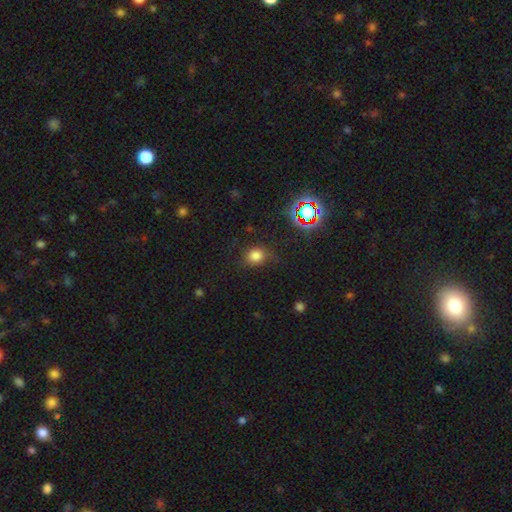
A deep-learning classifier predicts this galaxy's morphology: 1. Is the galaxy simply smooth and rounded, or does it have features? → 75% smooth, 18% star or artifact, 7% featured or disk.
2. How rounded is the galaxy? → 68% round, 31% in between, 1% cigar-shaped.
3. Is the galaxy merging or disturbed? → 73% none, 18% minor disturbance, 7% major disturbance, 2% merger.